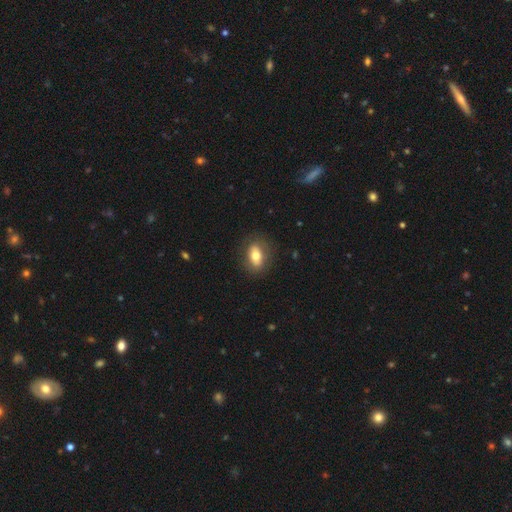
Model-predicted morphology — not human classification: This appears to be a smooth galaxy with no disk features (67%) that is in between round and cigar-shaped (79%). Merging: none (82%).